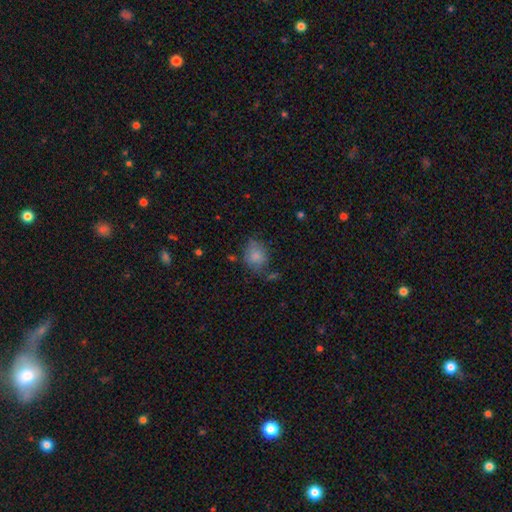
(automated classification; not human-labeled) Smooth or featured? smooth (81%)
How rounded? round (51%)
Merging? none (59%)